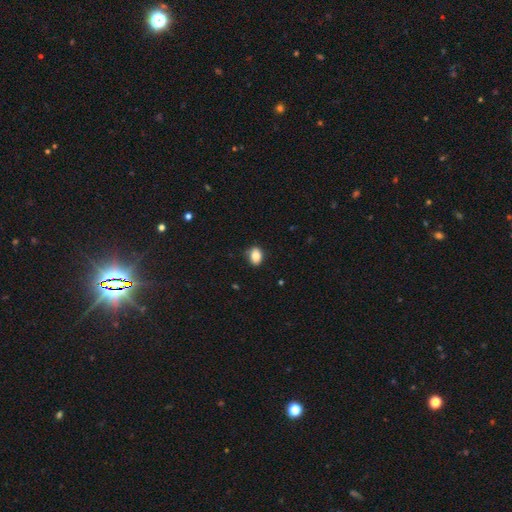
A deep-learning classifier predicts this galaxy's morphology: A smooth galaxy with no disk features (85%) that is in between round and cigar-shaped (74%).

Vote fractions:
- Smooth or featured? smooth: 85% / star or artifact: 9% / featured or disk: 6%
- How rounded? in between: 74% / round: 25% / cigar-shaped: 1%
- Merging? none: 82% / minor disturbance: 14% / major disturbance: 3% / merger: 1%